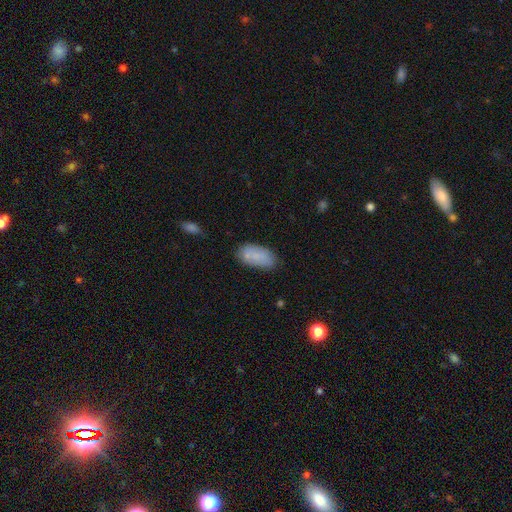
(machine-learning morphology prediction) smooth-or-featured: smooth: 81% | featured or disk: 11% | star or artifact: 8%
  how-rounded: in between: 93% | cigar-shaped: 5% | round: 3%
  merging: none: 70% | minor disturbance: 21% | major disturbance: 5% | merger: 4%